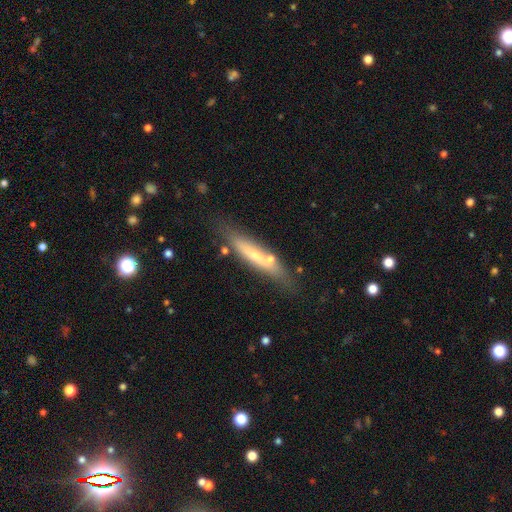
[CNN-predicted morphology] A smooth galaxy with no disk features (53%) that is cigar-shaped (87%).

Vote fractions:
- Smooth or featured? smooth: 53% / featured or disk: 39% / star or artifact: 8%
- How rounded? cigar-shaped: 87% / in between: 11% / round: 2%
- Merging? none: 69% / minor disturbance: 17% / merger: 9% / major disturbance: 5%